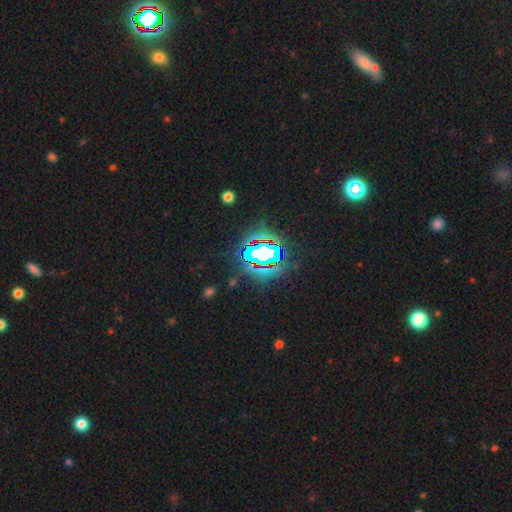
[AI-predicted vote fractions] The model was most divided on "smooth or featured": star or artifact: 83%, smooth: 10%, featured or disk: 7%.